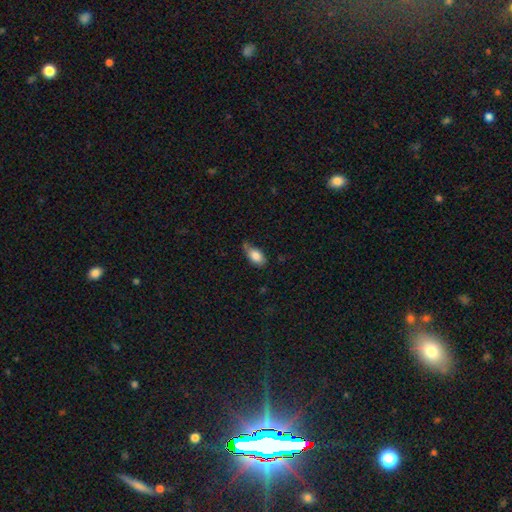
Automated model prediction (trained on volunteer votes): Morphology: type=smooth (81%); roundness=in between (90%); merging=none (49%).